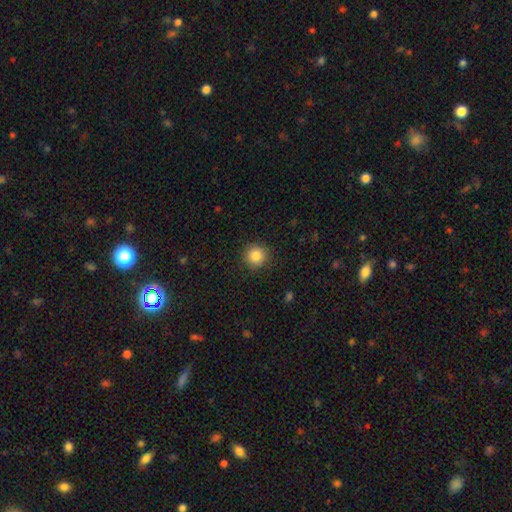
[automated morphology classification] Smooth or featured: smooth — 85% (star or artifact — 10%)
How rounded: round — 94% (in between — 5%)
Merging: none — 90% (minor disturbance — 7%)